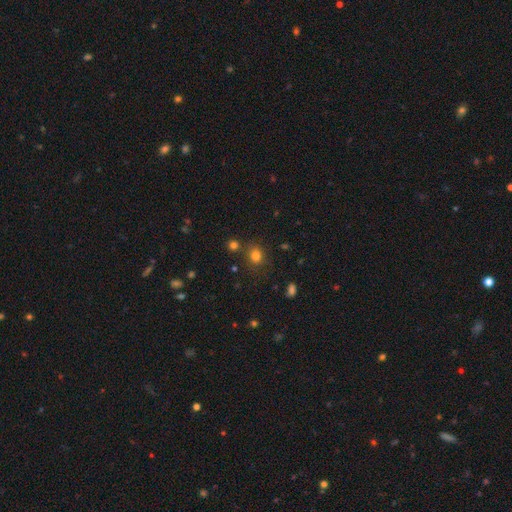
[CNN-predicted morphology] The model was most divided on "how rounded": round: 74%, in between: 25%, cigar-shaped: 1%. More confident: smooth or featured — smooth (78%); merging — none (77%).